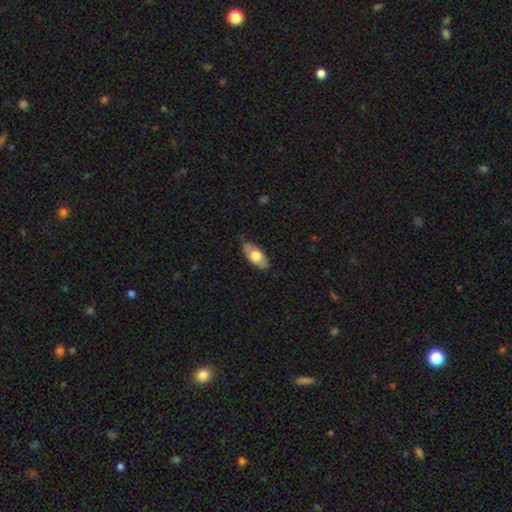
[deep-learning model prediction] Overall: smooth (64%; featured or disk 30%). How rounded: in between (89%). Merging: none (82%).